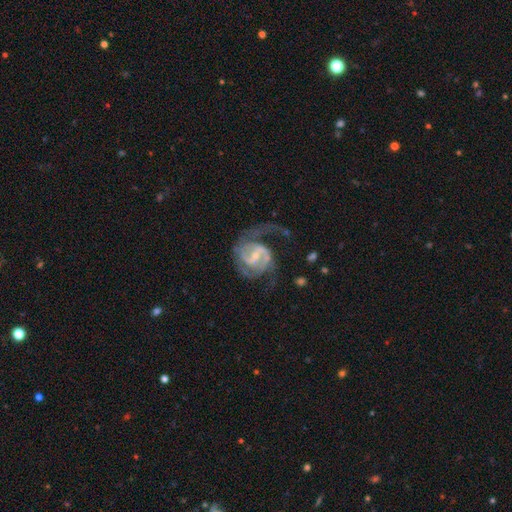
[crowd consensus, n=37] Morphology: type=featured or disk (97%); edge-on=no (92%); bar=strong (42%, tied with weak); spiral arms=yes (94%); winding=loose (42%); arm count=2 (65%); bulge=small (67%); merging=none (58%).